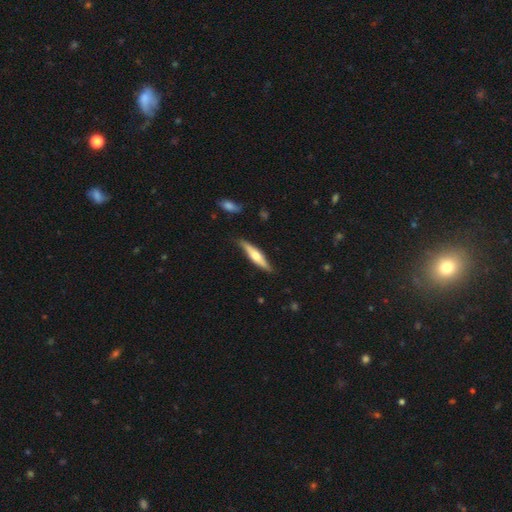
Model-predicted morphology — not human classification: smooth_or_featured: featured or disk (p=0.50) [alt: smooth p=0.45]
disk_edge_on: yes (p=0.92) [alt: no p=0.08]
merging: none (p=0.81) [alt: minor disturbance p=0.15]